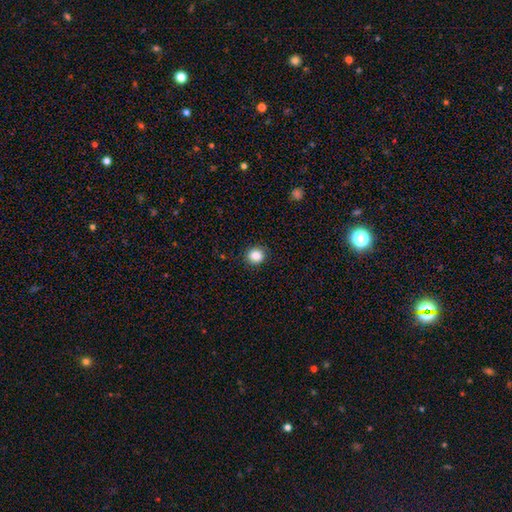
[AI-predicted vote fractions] A smooth galaxy with no disk features (87%) that is round (85%).

Vote fractions:
- Smooth or featured? smooth: 87% / star or artifact: 10% / featured or disk: 3%
- How rounded? round: 85% / in between: 14% / cigar-shaped: 1%
- Merging? none: 89% / minor disturbance: 8% / major disturbance: 2% / merger: 1%